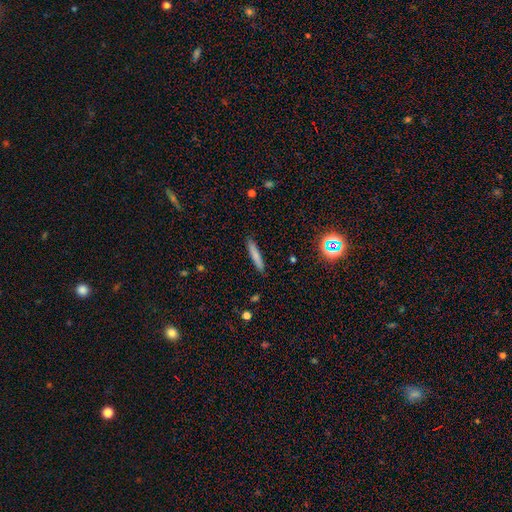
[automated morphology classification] Smooth or featured? Predicted: smooth (p=0.77). How rounded? Predicted: cigar-shaped (p=0.93). Merging? Predicted: none (p=0.88).